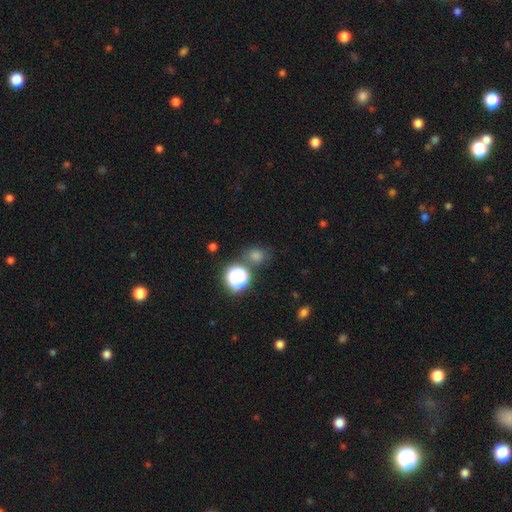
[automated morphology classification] type=smooth (51%); roundness=round (76%); merging=none (76%).